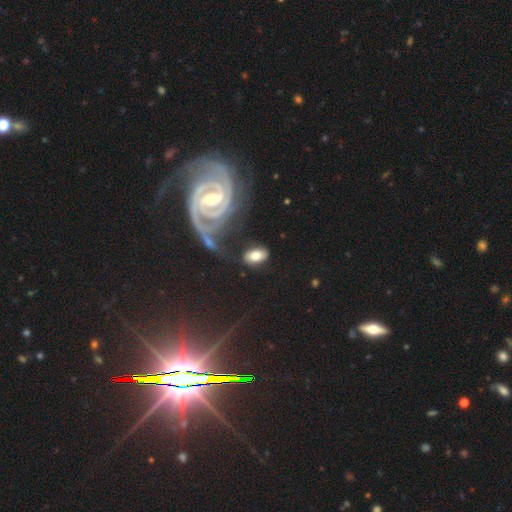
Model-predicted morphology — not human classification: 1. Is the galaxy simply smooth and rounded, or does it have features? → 65% smooth, 27% featured or disk, 8% star or artifact.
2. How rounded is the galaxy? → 90% in between, 8% round, 2% cigar-shaped.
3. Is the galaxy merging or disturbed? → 72% none, 16% minor disturbance, 7% major disturbance, 6% merger.